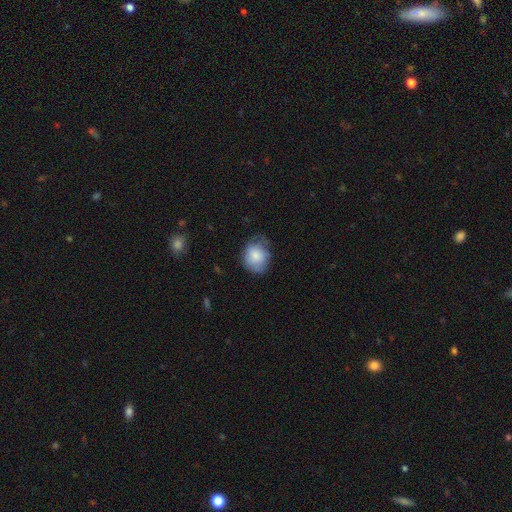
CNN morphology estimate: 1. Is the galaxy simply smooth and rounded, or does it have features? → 76% smooth, 17% featured or disk, 7% star or artifact.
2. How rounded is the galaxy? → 63% round, 36% in between, 1% cigar-shaped.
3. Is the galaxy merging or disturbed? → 51% none, 34% minor disturbance, 14% major disturbance, 1% merger.